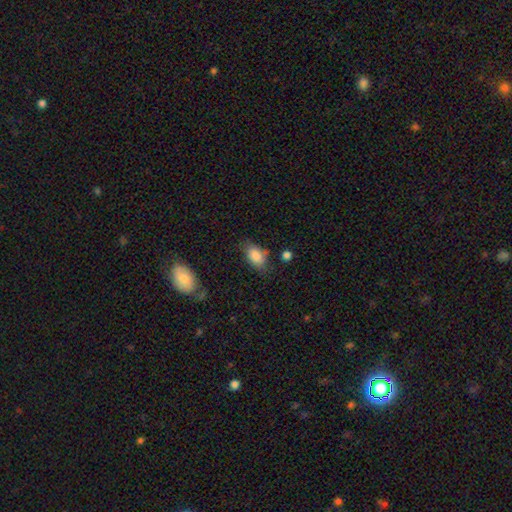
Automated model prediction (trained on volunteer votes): Q: Smooth or featured?
A: smooth (85%); runner-up: featured or disk (8%)
Q: How rounded?
A: in between (88%); runner-up: round (10%)
Q: Merging?
A: none (61%); runner-up: minor disturbance (27%)